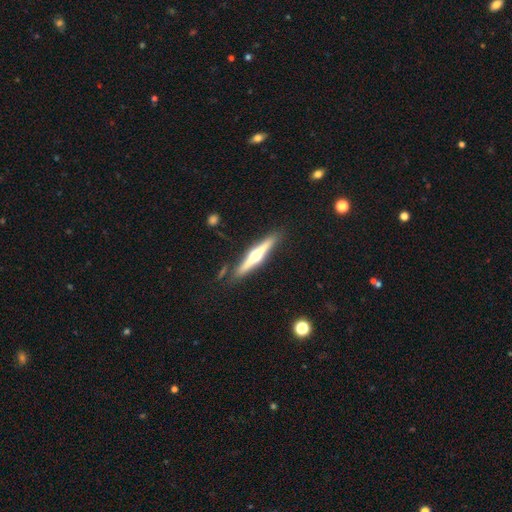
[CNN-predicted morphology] This appears to be a featured or disk galaxy (76%) viewed edge-on (98%) with a rounded central bulge (95%). Merging: none (87%).